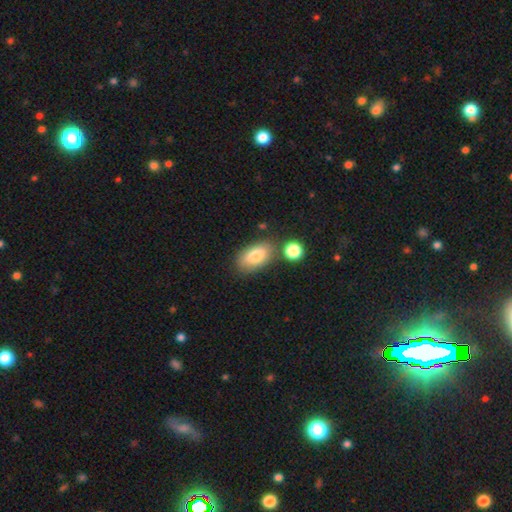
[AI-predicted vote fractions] Q: Smooth or featured?
A: smooth (81%); runner-up: featured or disk (11%)
Q: How rounded?
A: in between (92%); runner-up: round (6%)
Q: Merging?
A: none (74%); runner-up: minor disturbance (13%)